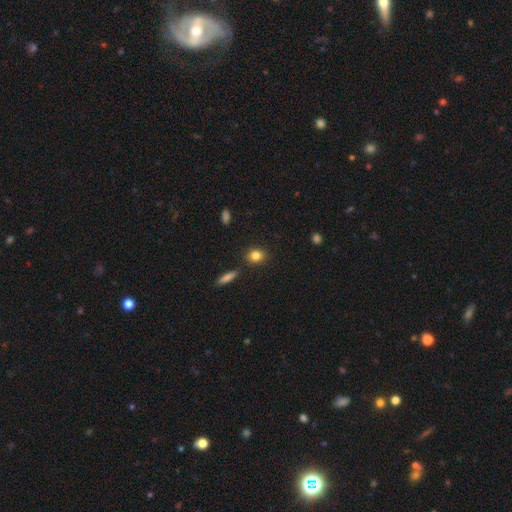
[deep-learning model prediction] Overall: smooth (83%). How rounded: round (62%; in between 36%). Merging: none (86%).